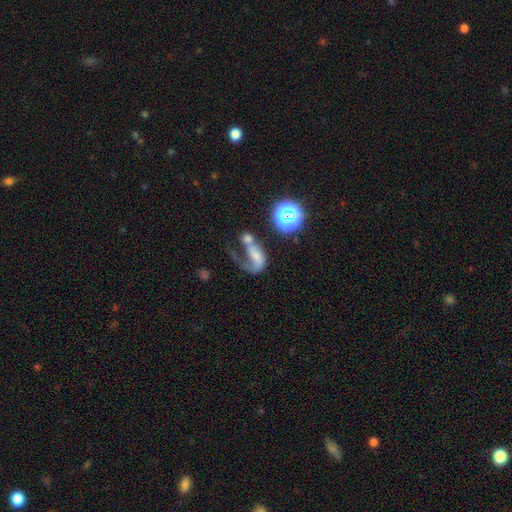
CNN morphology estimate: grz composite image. It shows a featured or disk galaxy (45%). Merging: major disturbance (38%).